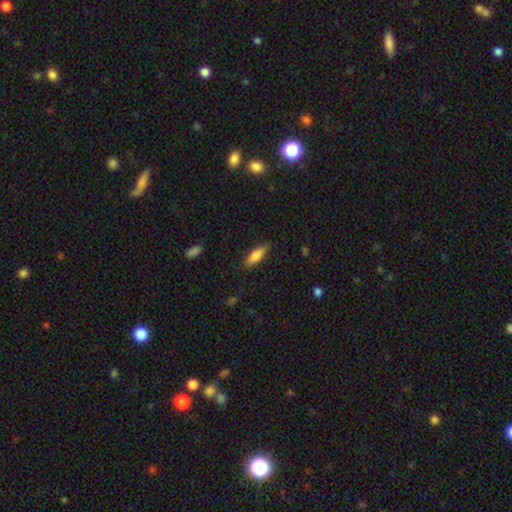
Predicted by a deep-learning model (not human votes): smooth 75%, featured or disk 19%, star or artifact 6%. Down the decision tree: how rounded — in between (54%); merging — none (85%).